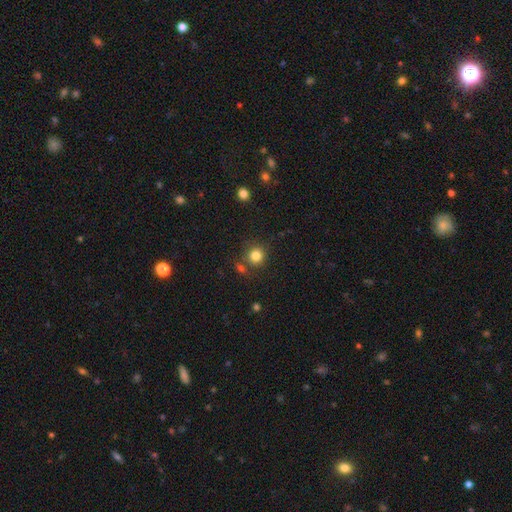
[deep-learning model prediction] This is clearly a smooth galaxy (82%). How rounded: clearly round (91%). Merging: likely none (77%).